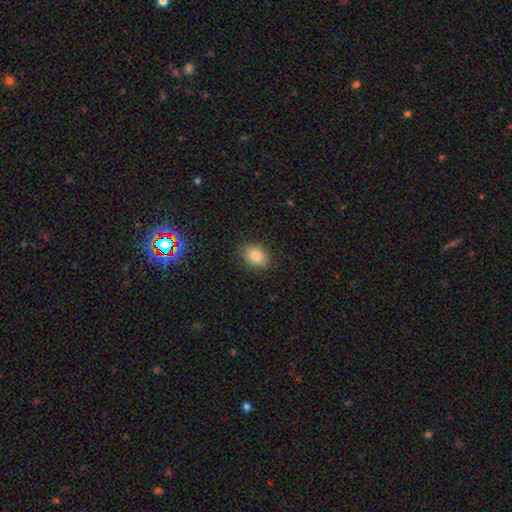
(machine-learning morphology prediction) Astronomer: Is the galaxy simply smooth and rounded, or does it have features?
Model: smooth — 83%.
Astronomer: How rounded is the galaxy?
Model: in between — 64%.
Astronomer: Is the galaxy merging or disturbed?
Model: none — 86%.